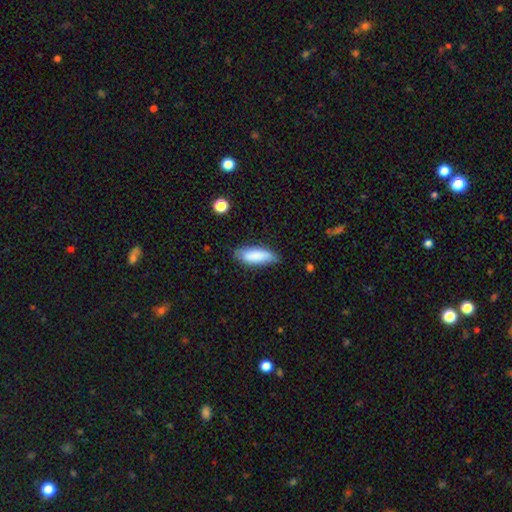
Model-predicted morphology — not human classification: A smooth galaxy with no disk features (84%) that is in between round and cigar-shaped (65%).

Vote fractions:
- Smooth or featured? smooth: 84% / featured or disk: 10% / star or artifact: 6%
- How rounded? in between: 65% / cigar-shaped: 33% / round: 2%
- Merging? none: 69% / minor disturbance: 25% / major disturbance: 4% / merger: 2%